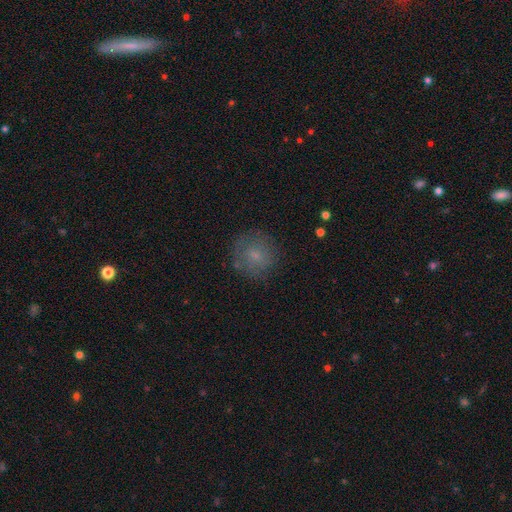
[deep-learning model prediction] Smooth or featured? Predicted: smooth (p=0.69). How rounded? Predicted: round (p=0.88). Merging? Predicted: none (p=0.77).